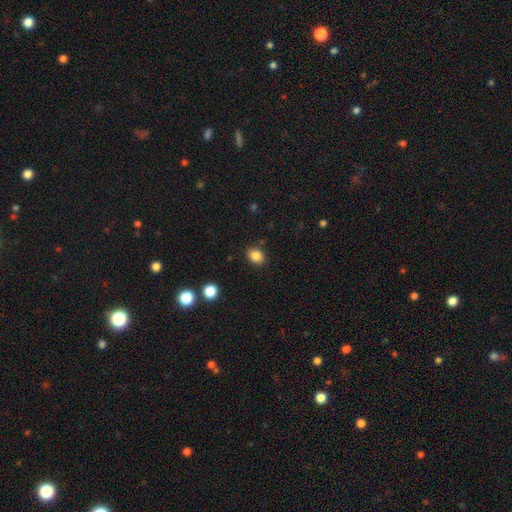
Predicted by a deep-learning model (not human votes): A smooth galaxy with no disk features (85%) that is in between round and cigar-shaped (65%). Merging: none (86%).